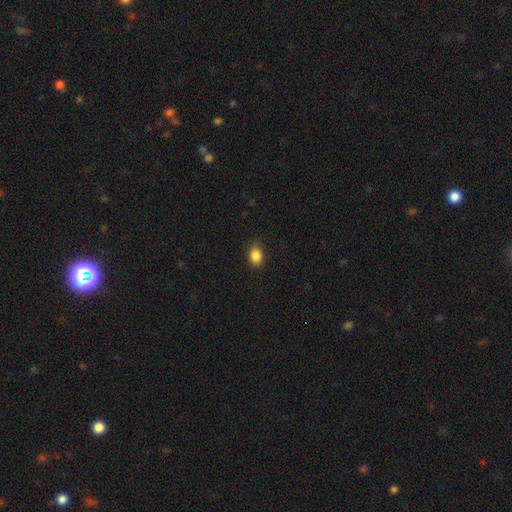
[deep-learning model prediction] Overall: smooth (87%). How rounded: in between (55%; round 44%). Merging: none (81%).